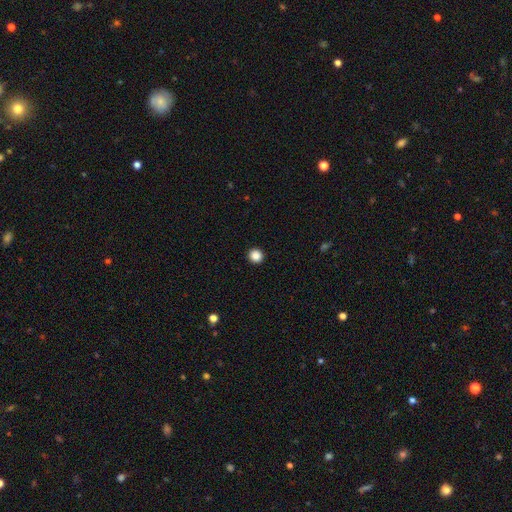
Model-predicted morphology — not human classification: Smooth or featured: smooth — 87% (star or artifact — 10%)
How rounded: round — 94% (in between — 5%)
Merging: none — 94% (minor disturbance — 4%)